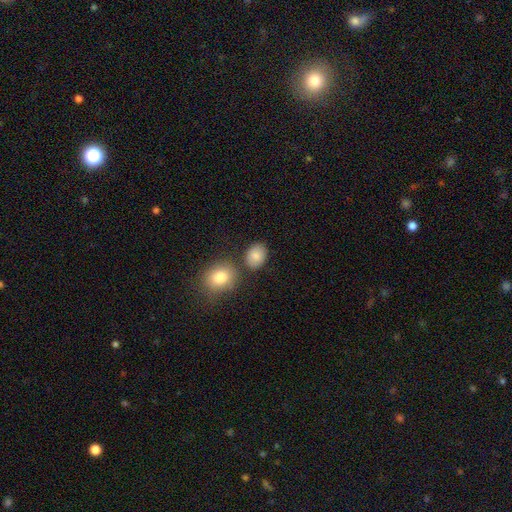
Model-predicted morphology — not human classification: Overall: smooth (84%). How rounded: in between (66%; round 33%). Merging: none (75%).